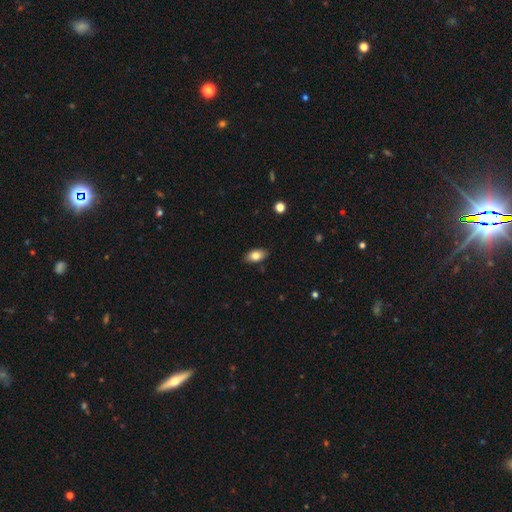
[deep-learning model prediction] smooth_or_featured: smooth (p=0.81) [alt: featured or disk p=0.11]
how_rounded: in between (p=0.91) [alt: round p=0.05]
merging: none (p=0.86) [alt: minor disturbance p=0.10]